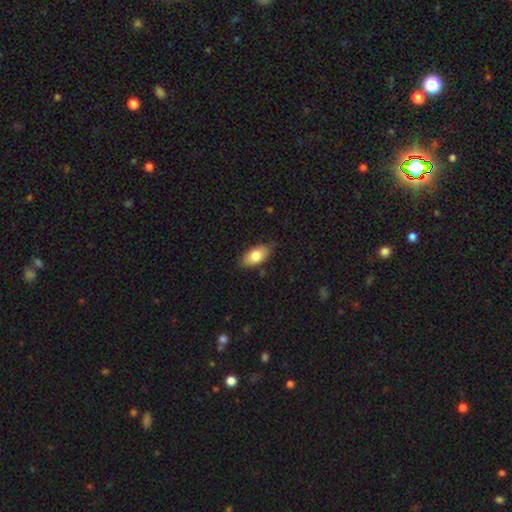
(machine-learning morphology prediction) Smooth or featured? Predicted: smooth (p=0.78). How rounded? Predicted: in between (p=0.92). Merging? Predicted: none (p=0.82).